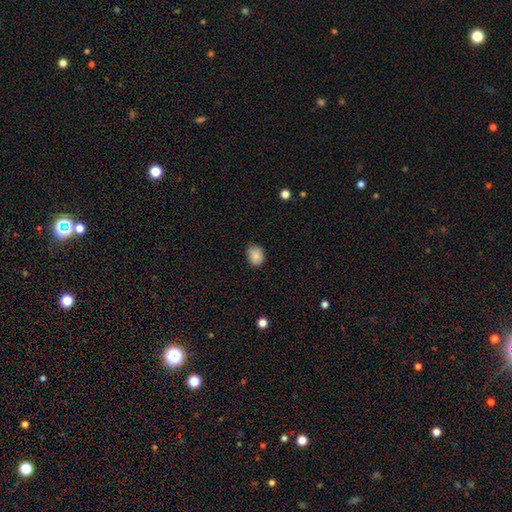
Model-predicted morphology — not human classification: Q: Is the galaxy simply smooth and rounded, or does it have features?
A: smooth — 87%.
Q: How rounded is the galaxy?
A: in between — 50%.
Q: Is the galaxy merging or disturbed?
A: none — 78%.